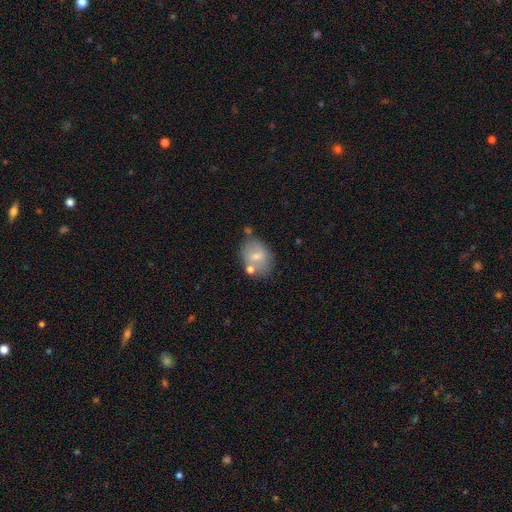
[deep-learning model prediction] smooth 59%, featured or disk 30%, star or artifact 11%. Down the decision tree: how rounded — in between (54%); merging — none (66%).